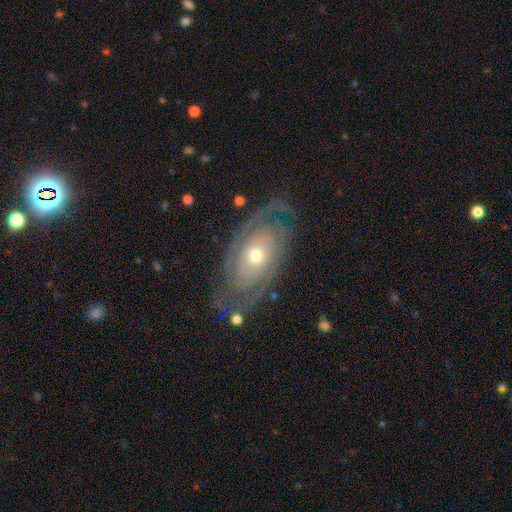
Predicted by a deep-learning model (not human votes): smooth-or-featured: featured or disk: 82% | smooth: 12% | star or artifact: 6%
  disk-edge-on: no: 93% | yes: 7%
    bar: no: 82% | weak: 13% | strong: 4%
    has-spiral-arms: yes: 87% | no: 13%
      spiral-winding: tight: 65% | medium: 25% | loose: 10%
      spiral-arm-count: 2: 50% | can't tell: 28% | 3: 9% | 1: 5% | 4: 4% | more than 4: 4%
    bulge-size: moderate: 53% | small: 42% | large: 3% | dominant: 1% | none: 1%
  merging: none: 74% | minor disturbance: 15% | major disturbance: 9% | merger: 2%